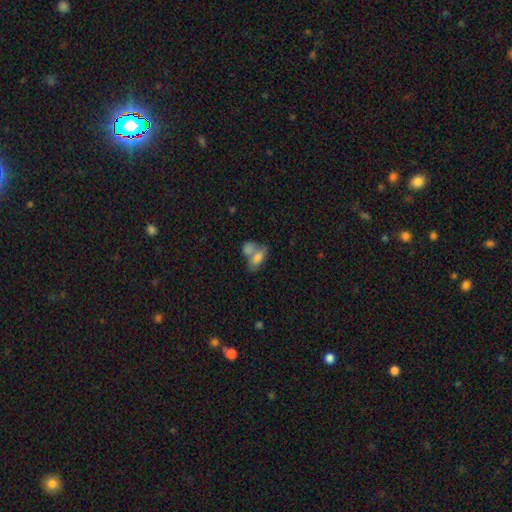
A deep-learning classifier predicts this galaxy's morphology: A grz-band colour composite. It shows a smooth galaxy with no disk features (75%) that is in between round and cigar-shaped (86%). Merging: merger (61%).